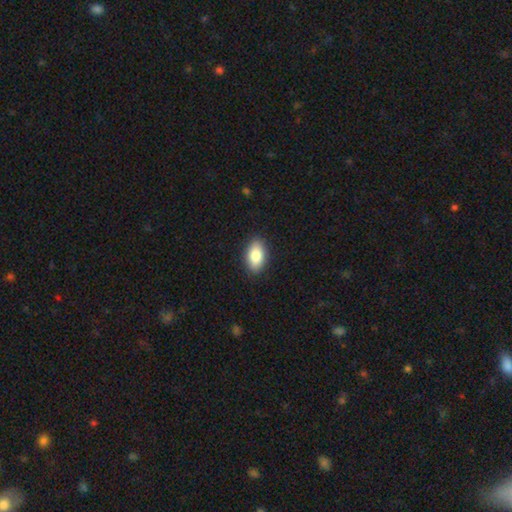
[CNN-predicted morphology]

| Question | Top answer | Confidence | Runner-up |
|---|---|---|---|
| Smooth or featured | smooth | 83% | featured or disk (10%) |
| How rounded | in between | 91% | round (6%) |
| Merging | none | 89% | minor disturbance (8%) |